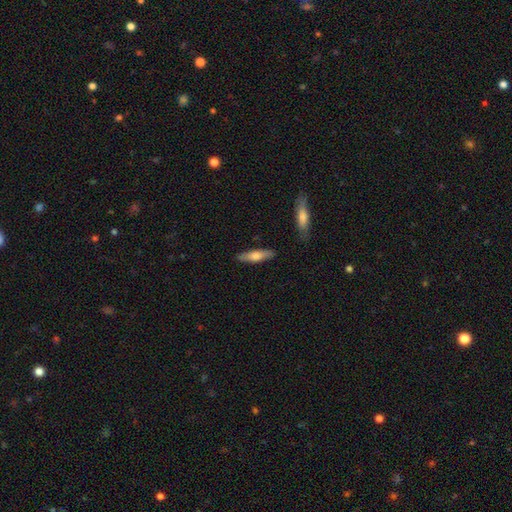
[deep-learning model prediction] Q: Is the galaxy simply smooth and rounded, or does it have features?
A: smooth — 60%.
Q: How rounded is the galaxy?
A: cigar-shaped — 72%.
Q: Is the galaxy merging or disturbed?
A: none — 86%.